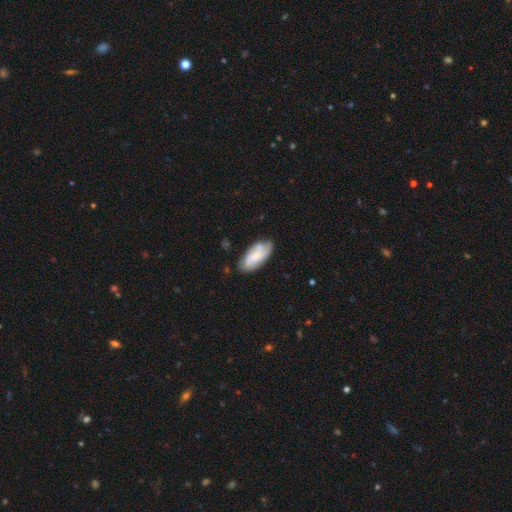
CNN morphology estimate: type=smooth (54%); roundness=in between (87%); merging=none (71%).